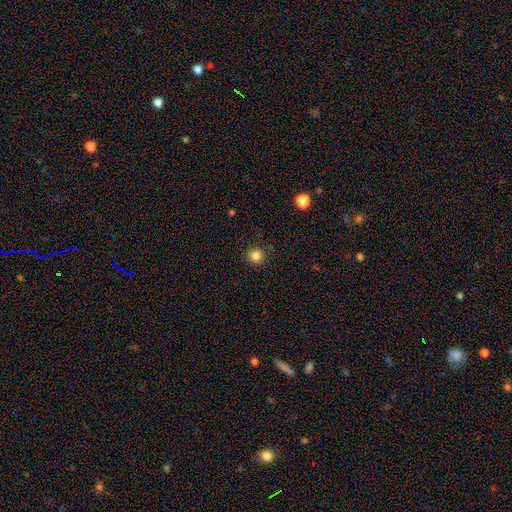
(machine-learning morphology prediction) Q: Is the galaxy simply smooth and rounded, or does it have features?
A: smooth — 84%.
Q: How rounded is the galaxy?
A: round — 84%.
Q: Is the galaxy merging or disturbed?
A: none — 90%.